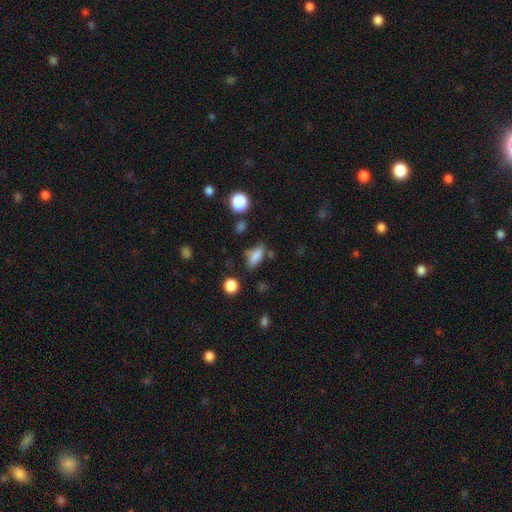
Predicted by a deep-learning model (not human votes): This is clearly a smooth galaxy (81%). How rounded: clearly in between (81%). Merging: possibly none (58%).